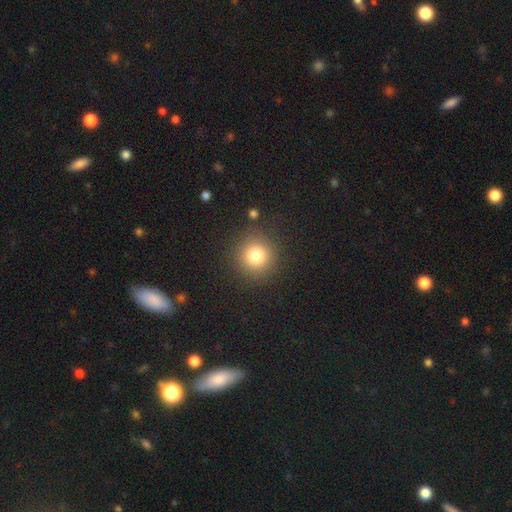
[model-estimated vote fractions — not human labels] Smooth or featured? Predicted: smooth (p=0.80). How rounded? Predicted: round (p=0.93). Merging? Predicted: none (p=0.88).